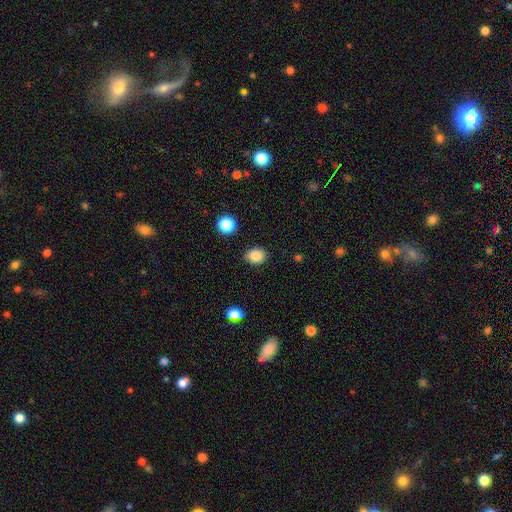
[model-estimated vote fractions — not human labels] Q: Smooth or featured?
A: smooth (86%); runner-up: star or artifact (10%)
Q: How rounded?
A: in between (53%); runner-up: round (46%)
Q: Merging?
A: none (85%); runner-up: minor disturbance (10%)